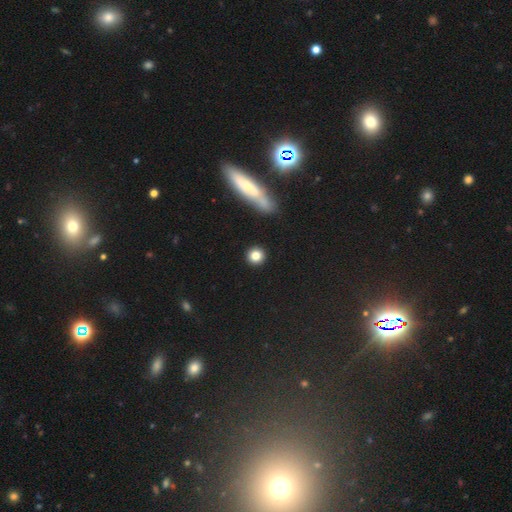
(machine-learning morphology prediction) type=smooth (83%); roundness=round (92%); merging=none (90%).